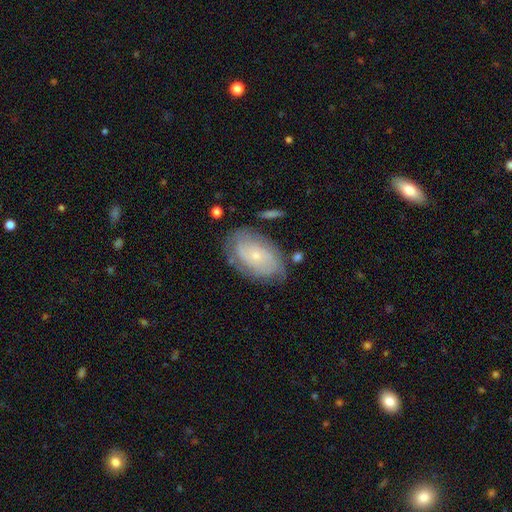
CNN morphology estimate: Smooth or featured: featured or disk — 62% (smooth — 31%)
Edge-on disk: no — 95% (yes — 5%)
Bar: no — 80% (weak — 16%)
Spiral arms: yes — 79% (no — 21%)
Bulge size: small — 80% (moderate — 16%)
Merging: none — 68% (minor disturbance — 21%)